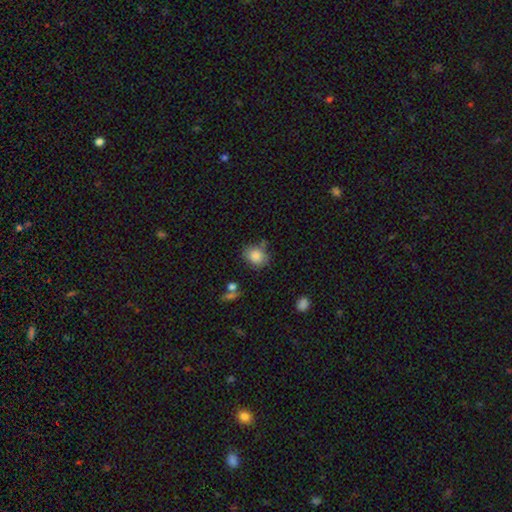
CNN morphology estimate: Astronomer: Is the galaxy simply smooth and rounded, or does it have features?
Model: smooth — 84%.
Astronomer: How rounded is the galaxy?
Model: in between — 50% (runner-up: round, 49%).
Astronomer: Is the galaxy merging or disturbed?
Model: none — 66%.